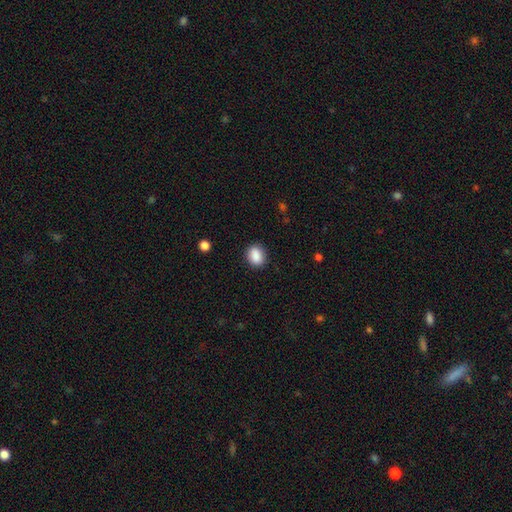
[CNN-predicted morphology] Q: Smooth or featured?
A: smooth (88%); runner-up: star or artifact (8%)
Q: How rounded?
A: in between (57%); runner-up: round (42%)
Q: Merging?
A: none (87%); runner-up: minor disturbance (9%)